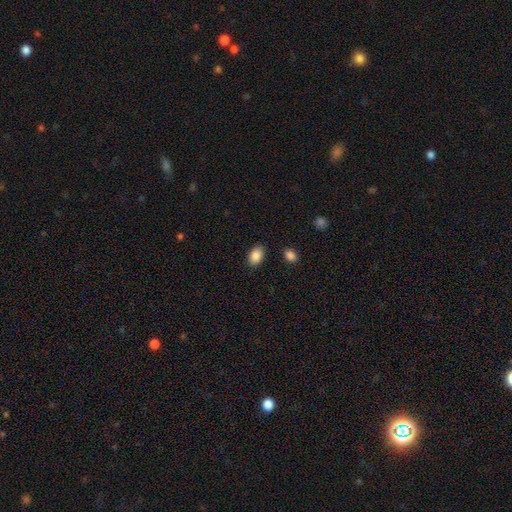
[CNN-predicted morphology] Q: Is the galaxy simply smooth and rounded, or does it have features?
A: smooth — 87%.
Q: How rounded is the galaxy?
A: in between — 88%.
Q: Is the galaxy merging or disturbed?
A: none — 87%.